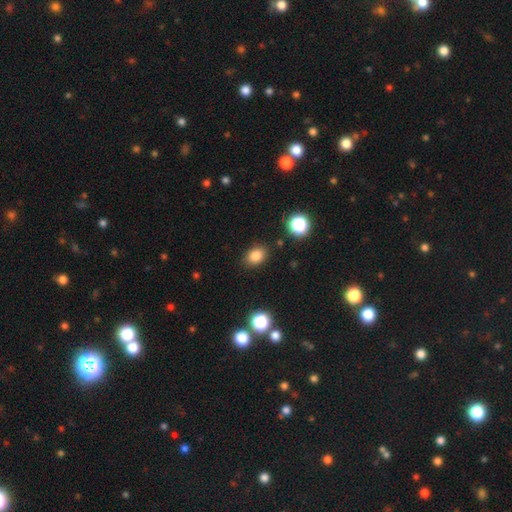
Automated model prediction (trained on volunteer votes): smooth 83%, star or artifact 12%, featured or disk 5%. Down the decision tree: how rounded — in between (65%); merging — none (86%).